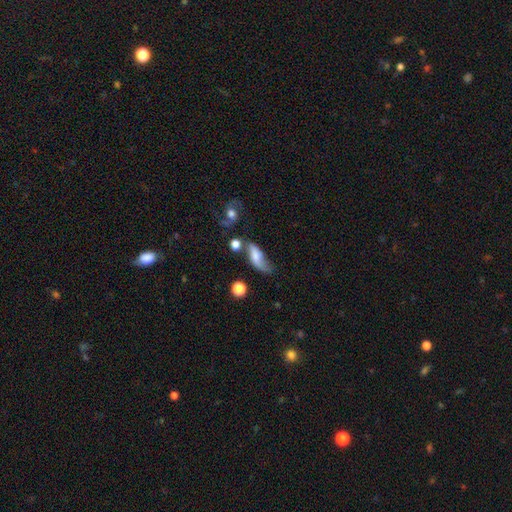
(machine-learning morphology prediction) type=smooth (54%); roundness=in between (70%); merging=none (35%).